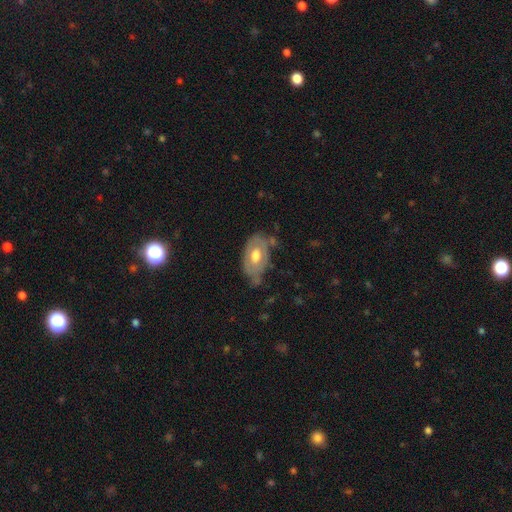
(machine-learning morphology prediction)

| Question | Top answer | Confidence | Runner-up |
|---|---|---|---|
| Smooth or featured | featured or disk | 53% | smooth (41%) |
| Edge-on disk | no | 89% | yes (11%) |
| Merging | none | 45% | minor disturbance (37%) |